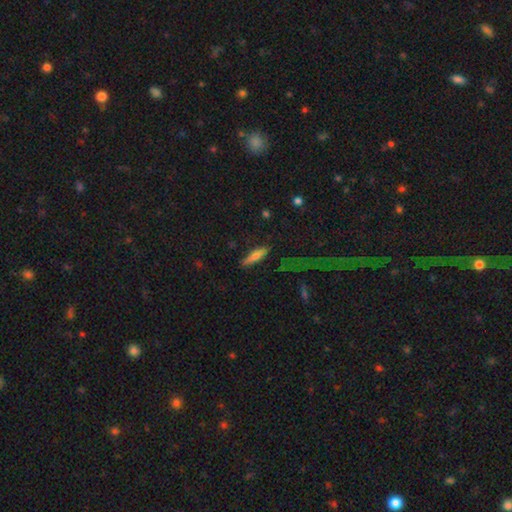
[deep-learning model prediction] Smooth or featured: smooth — 57% (featured or disk — 36%)
How rounded: cigar-shaped — 72% (in between — 25%)
Merging: none — 81% (minor disturbance — 12%)